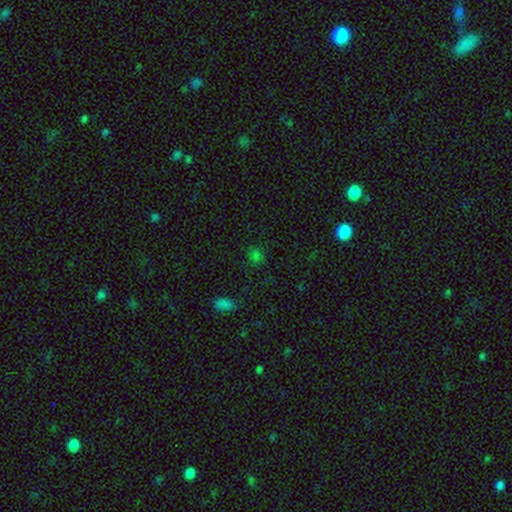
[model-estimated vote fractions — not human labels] Smooth or featured? smooth (69%)
How rounded? round (83%)
Merging? none (83%)